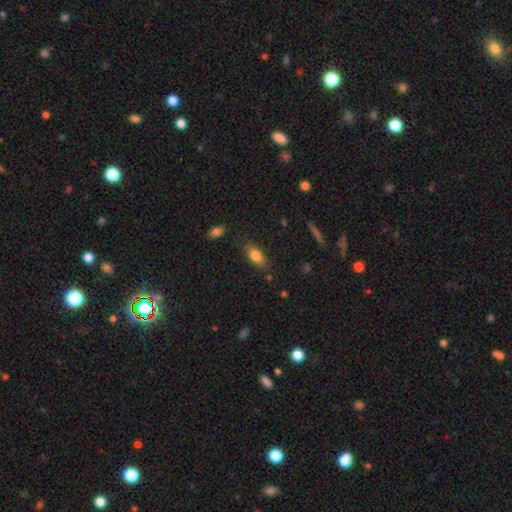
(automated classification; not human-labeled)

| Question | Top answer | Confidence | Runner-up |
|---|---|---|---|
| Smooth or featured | smooth | 82% | featured or disk (10%) |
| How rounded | in between | 85% | cigar-shaped (10%) |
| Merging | none | 79% | minor disturbance (15%) |